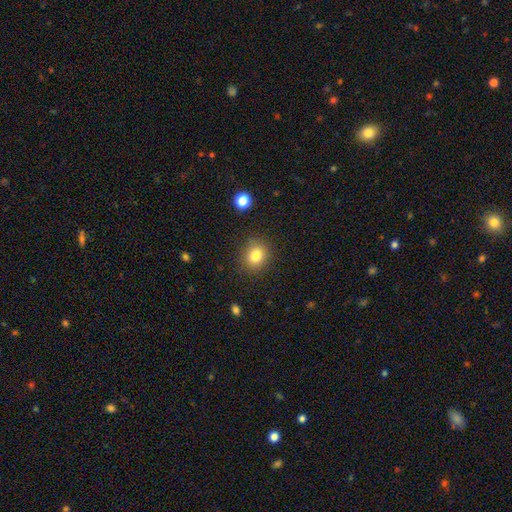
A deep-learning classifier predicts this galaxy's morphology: This is clearly a smooth galaxy (81%). How rounded: likely round (66%). Merging: clearly none (85%).